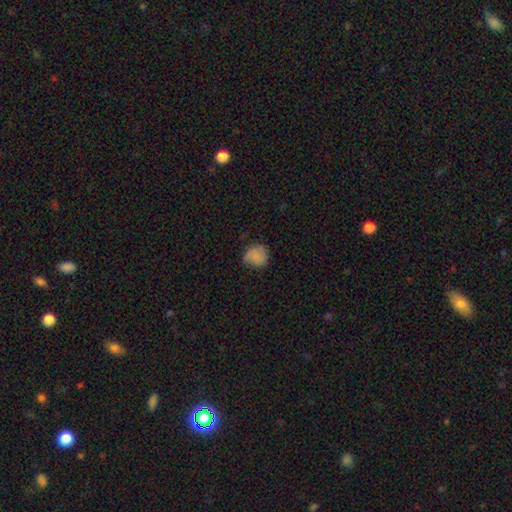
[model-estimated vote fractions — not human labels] Q: Smooth or featured?
A: smooth (78%); runner-up: featured or disk (11%)
Q: How rounded?
A: round (75%); runner-up: in between (24%)
Q: Merging?
A: none (56%); runner-up: minor disturbance (31%)